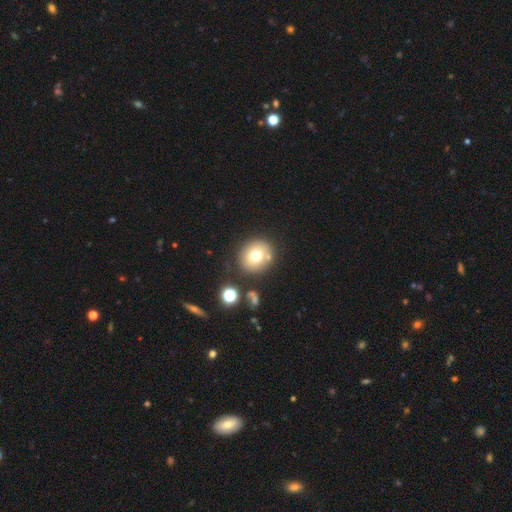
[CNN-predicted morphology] Smooth or featured: smooth — 70% (featured or disk — 16%)
How rounded: round — 84% (in between — 15%)
Merging: none — 78% (minor disturbance — 10%)